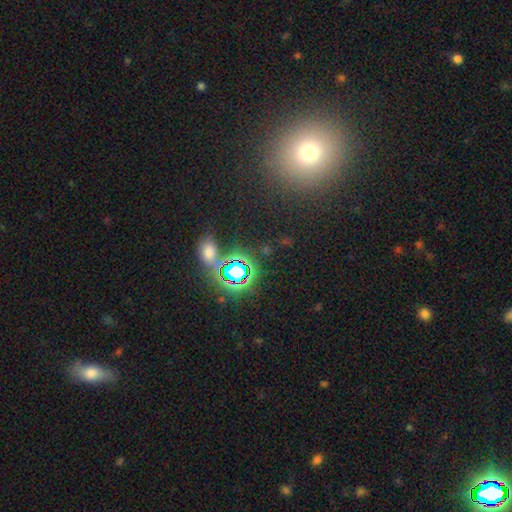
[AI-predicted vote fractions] smooth_or_featured: star or artifact (p=0.61) [alt: smooth p=0.28]